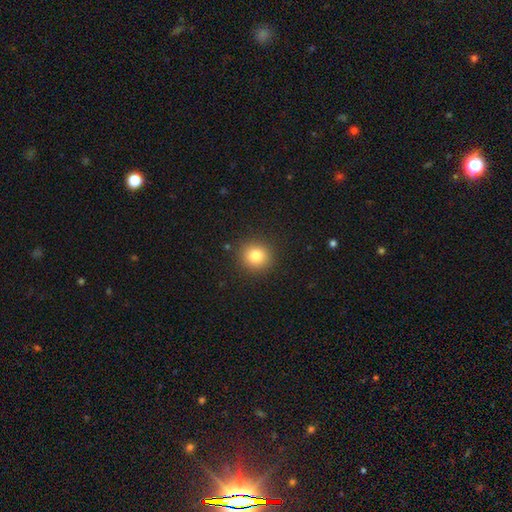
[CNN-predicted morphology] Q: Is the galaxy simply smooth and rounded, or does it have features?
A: smooth — 83%.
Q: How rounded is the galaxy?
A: round — 89%.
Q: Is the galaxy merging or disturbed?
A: none — 90%.